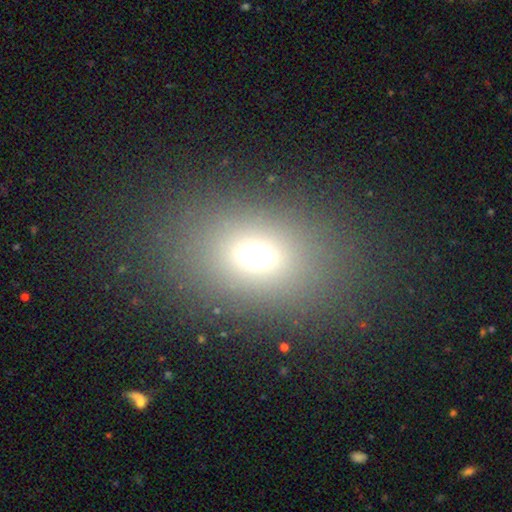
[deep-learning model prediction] This appears to be a smooth galaxy with no disk features (63%) that is in between round and cigar-shaped (73%). Merging: none (79%).